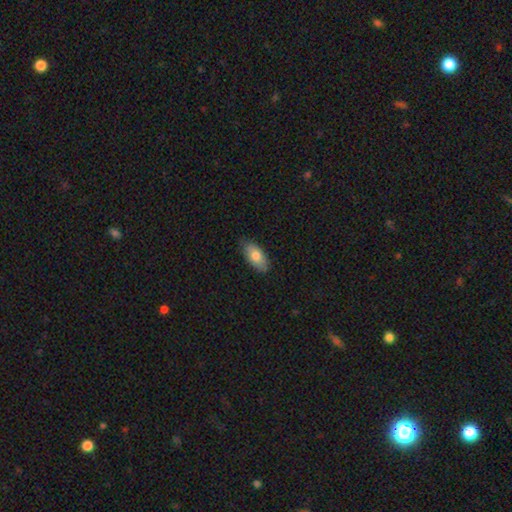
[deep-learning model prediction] Overall: smooth (78%). How rounded: in between (91%). Merging: none (79%).